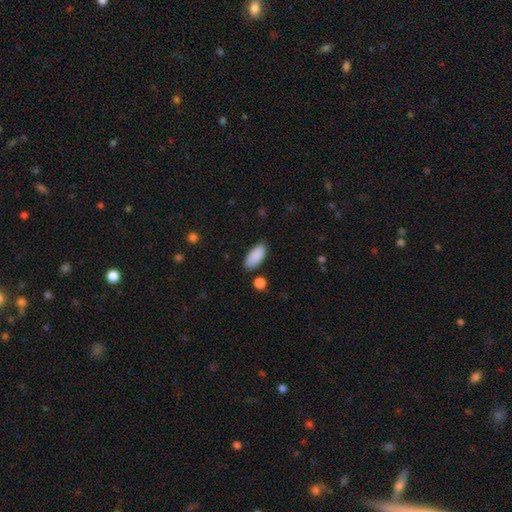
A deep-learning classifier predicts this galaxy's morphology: Smooth or featured: smooth — 90% (star or artifact — 6%)
How rounded: in between — 89% (cigar-shaped — 9%)
Merging: none — 82% (minor disturbance — 13%)